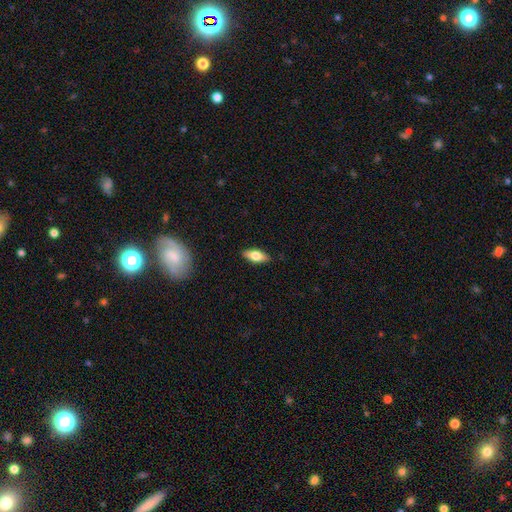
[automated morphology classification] A smooth galaxy with no disk features (62%) that is in between round and cigar-shaped (75%). Merging: none (88%).